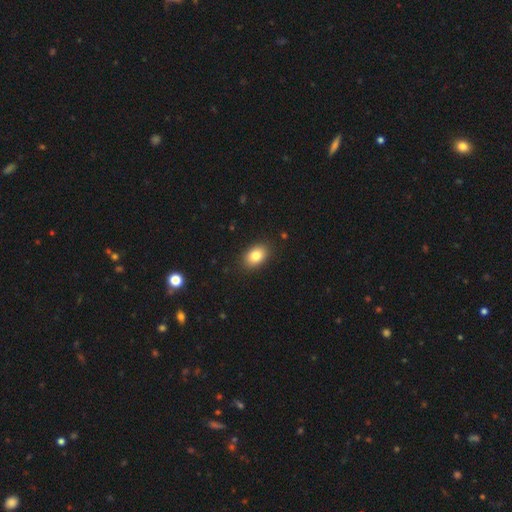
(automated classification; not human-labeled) Smooth or featured? smooth (83%)
How rounded? in between (80%)
Merging? none (88%)